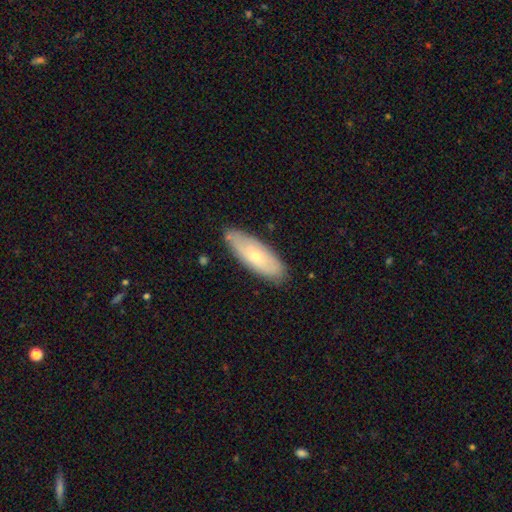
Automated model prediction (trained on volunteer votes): Overall: smooth (58%; featured or disk 36%). How rounded: in between (66%; cigar-shaped 32%). Merging: none (81%).